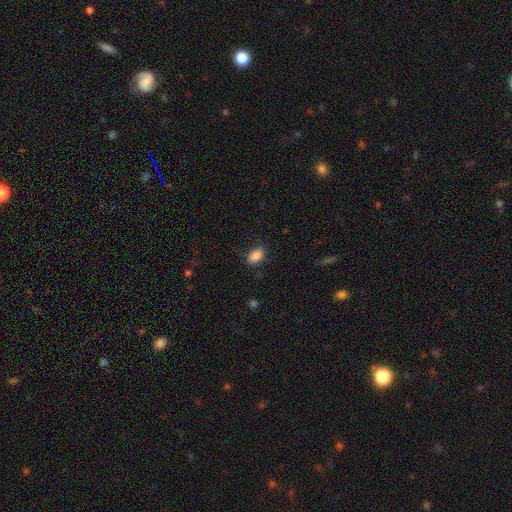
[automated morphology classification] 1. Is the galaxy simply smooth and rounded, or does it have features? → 87% smooth, 8% star or artifact, 5% featured or disk.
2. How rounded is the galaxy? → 90% in between, 7% round, 3% cigar-shaped.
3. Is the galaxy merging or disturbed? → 74% none, 19% minor disturbance, 5% major disturbance, 1% merger.